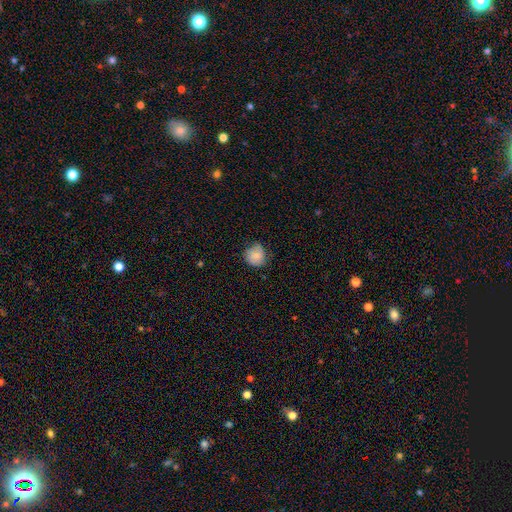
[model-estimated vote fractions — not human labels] Smooth or featured?
  - smooth: 82% *
  - featured or disk: 10%
  - star or artifact: 8%
How rounded?
  - round: 87% *
  - in between: 12%
  - cigar-shaped: 1%
Merging?
  - none: 68% *
  - minor disturbance: 25%
  - major disturbance: 5%
  - merger: 1%